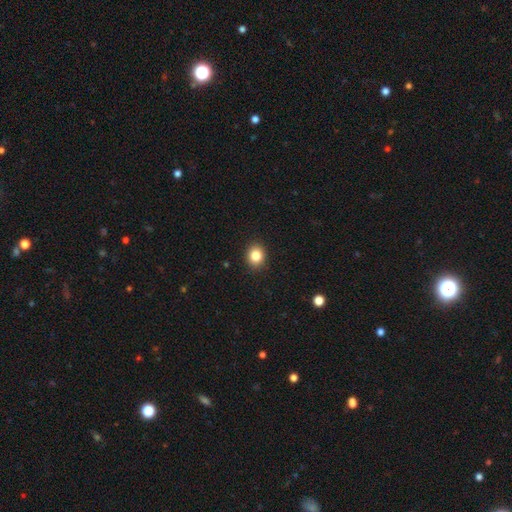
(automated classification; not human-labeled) Smooth or featured? smooth (84%)
How rounded? round (67%)
Merging? none (91%)